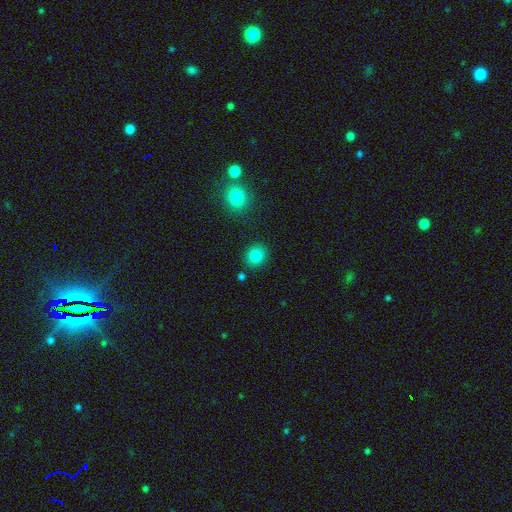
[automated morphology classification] The model was most divided on "how rounded": round: 81%, in between: 18%, cigar-shaped: 1%. More confident: merging — none (87%); smooth or featured — smooth (84%).